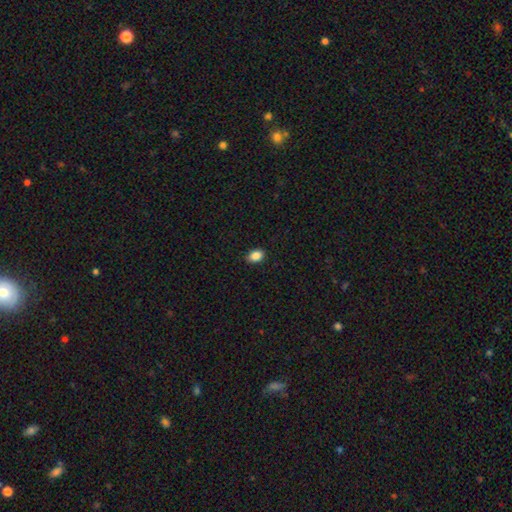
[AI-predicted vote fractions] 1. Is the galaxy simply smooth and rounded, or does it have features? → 88% smooth, 9% star or artifact, 3% featured or disk.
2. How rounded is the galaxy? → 76% in between, 22% round, 1% cigar-shaped.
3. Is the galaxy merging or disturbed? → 85% none, 12% minor disturbance, 2% major disturbance, 1% merger.